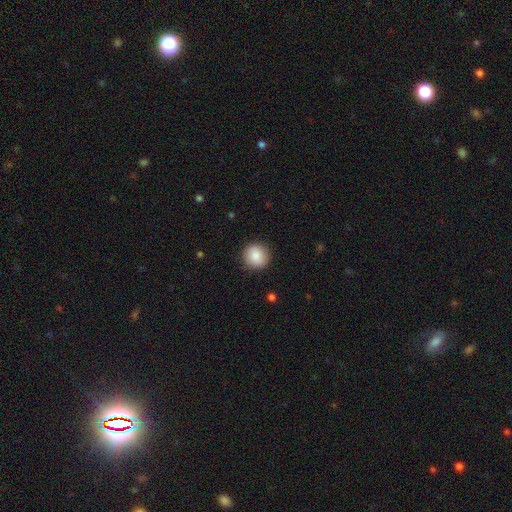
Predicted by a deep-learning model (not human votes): Morphology: type=smooth (87%); roundness=round (93%); merging=none (90%).